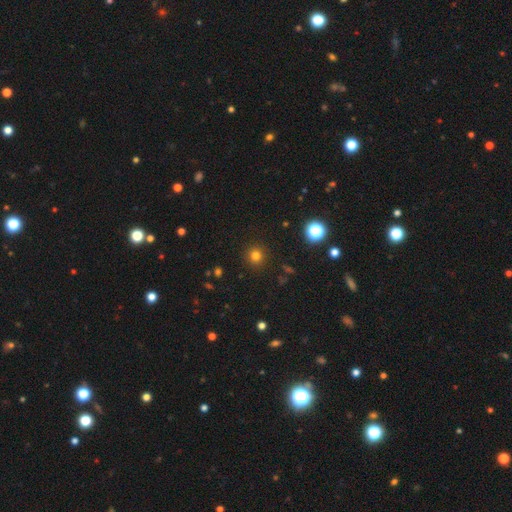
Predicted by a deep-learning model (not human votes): A smooth galaxy with no disk features (78%) that is round (94%).

Vote fractions:
- Smooth or featured? smooth: 78% / star or artifact: 17% / featured or disk: 6%
- How rounded? round: 94% / in between: 5% / cigar-shaped: 1%
- Merging? none: 91% / minor disturbance: 5% / major disturbance: 2% / merger: 1%